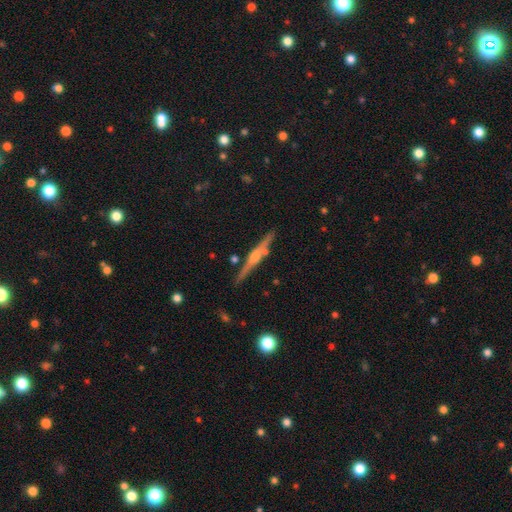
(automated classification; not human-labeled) Smooth or featured: featured or disk — 75% (smooth — 19%)
Edge-on disk: yes — 98% (no — 2%)
Edge-on bulge: rounded — 74% (boxy — 15%)
Merging: none — 85% (minor disturbance — 9%)